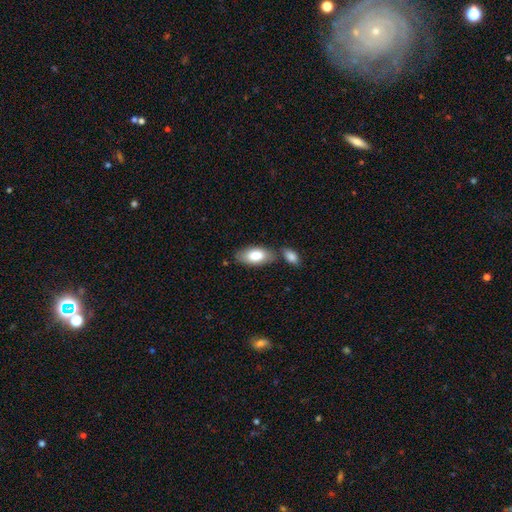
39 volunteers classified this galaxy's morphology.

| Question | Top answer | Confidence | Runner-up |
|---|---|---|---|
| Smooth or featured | smooth | 79% | featured or disk (18%) |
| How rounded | in between | 97% | cigar-shaped (3%) |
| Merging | none | 66% | merger (13%) |